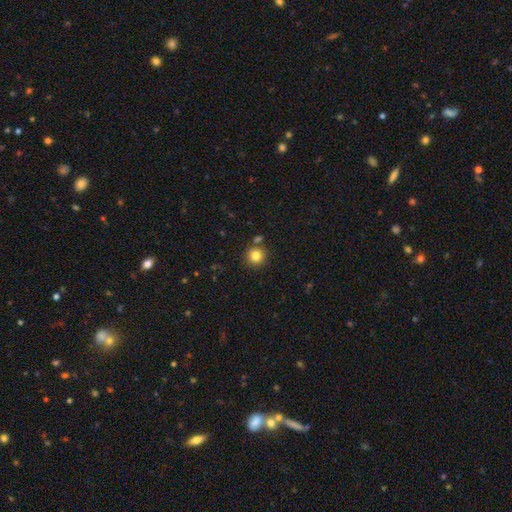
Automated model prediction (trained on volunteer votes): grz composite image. It shows a smooth galaxy with no disk features (82%) that is round (93%). Merging: none (81%).